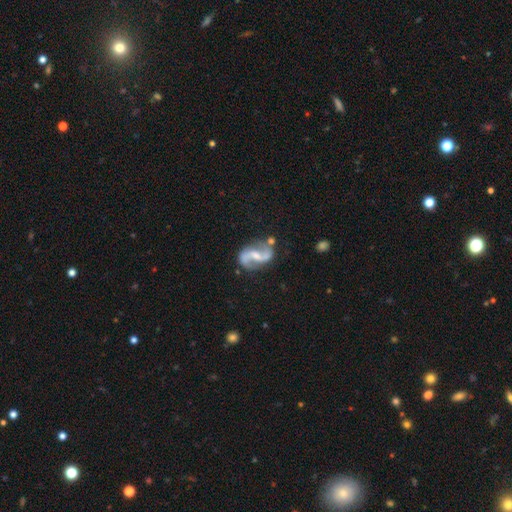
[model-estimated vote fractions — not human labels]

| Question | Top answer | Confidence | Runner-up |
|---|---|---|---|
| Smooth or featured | featured or disk | 88% | smooth (7%) |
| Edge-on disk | no | 98% | yes (2%) |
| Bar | weak | 42% | strong (31%) |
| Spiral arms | yes | 96% | no (4%) |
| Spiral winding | loose | 55% | medium (37%) |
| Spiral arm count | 2 | 93% | can't tell (2%) |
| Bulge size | small | 43% | moderate (38%) |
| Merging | none | 70% | minor disturbance (16%) |